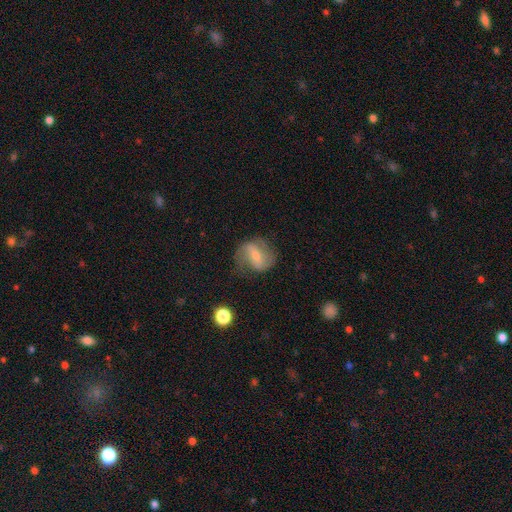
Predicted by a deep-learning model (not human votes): smooth-or-featured: featured or disk: 59% | smooth: 33% | star or artifact: 9%
  disk-edge-on: no: 94% | yes: 6%
    bar: strong: 42% | weak: 38% | no: 20%
    has-spiral-arms: yes: 72% | no: 28%
    bulge-size: small: 51% | moderate: 41% | none: 4% | large: 3% | dominant: 1%
  merging: none: 59% | minor disturbance: 24% | major disturbance: 14% | merger: 2%